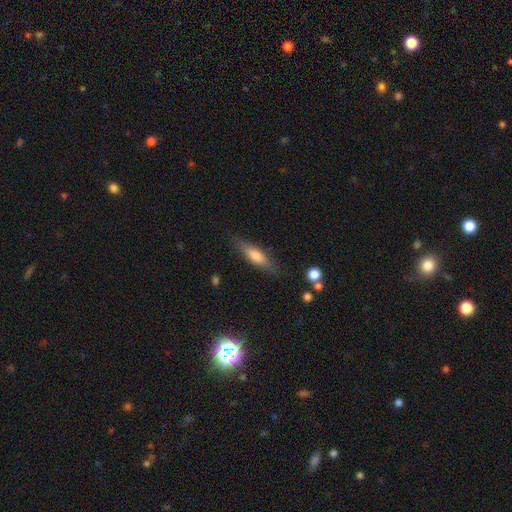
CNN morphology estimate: Smooth or featured? smooth (64%)
How rounded? cigar-shaped (61%)
Merging? none (80%)